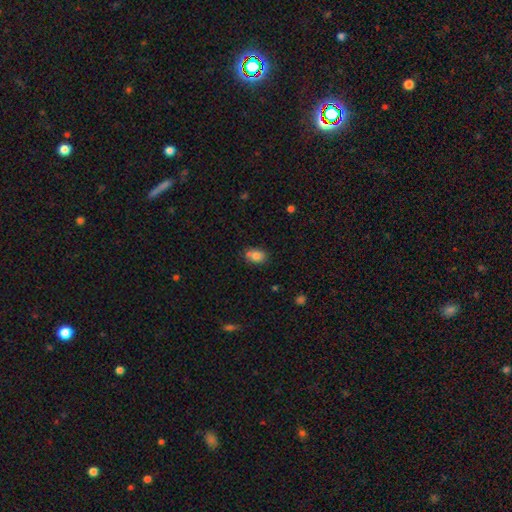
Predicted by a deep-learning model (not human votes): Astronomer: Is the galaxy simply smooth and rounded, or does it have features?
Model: smooth — 82%.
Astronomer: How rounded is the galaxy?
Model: in between — 80%.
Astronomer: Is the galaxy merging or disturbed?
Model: none — 68%.